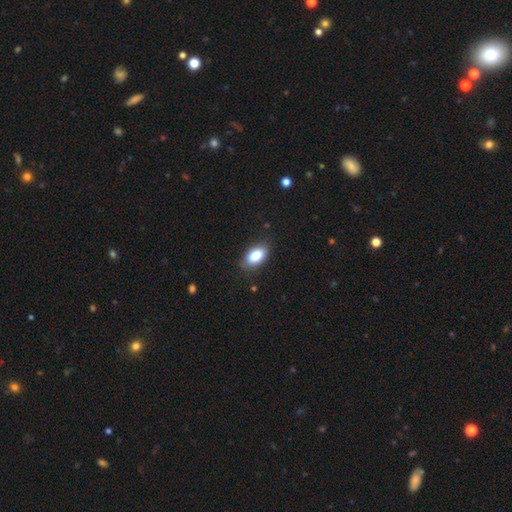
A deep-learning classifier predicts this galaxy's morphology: Smooth or featured? Predicted: smooth (p=0.85). How rounded? Predicted: in between (p=0.91). Merging? Predicted: none (p=0.80).